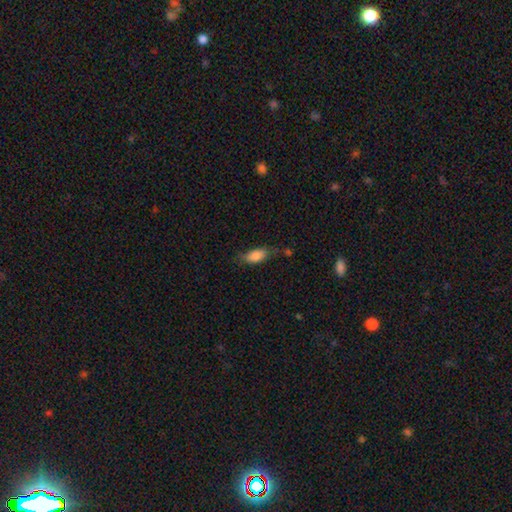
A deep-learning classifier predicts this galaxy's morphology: Overall: smooth (83%). How rounded: in between (83%). Merging: none (59%; minor disturbance 27%).